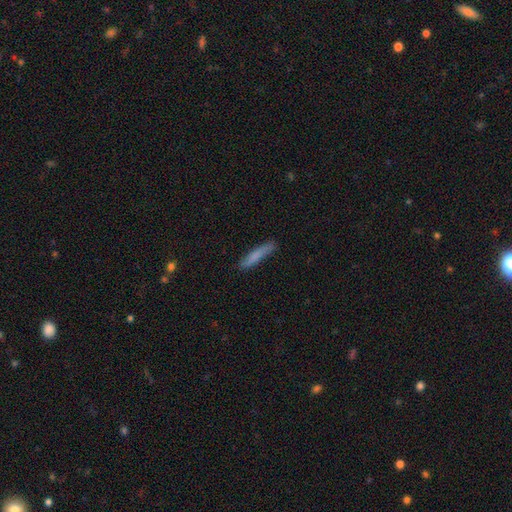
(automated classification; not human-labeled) Smooth or featured? Predicted: smooth (p=0.75). How rounded? Predicted: cigar-shaped (p=0.92). Merging? Predicted: none (p=0.82).